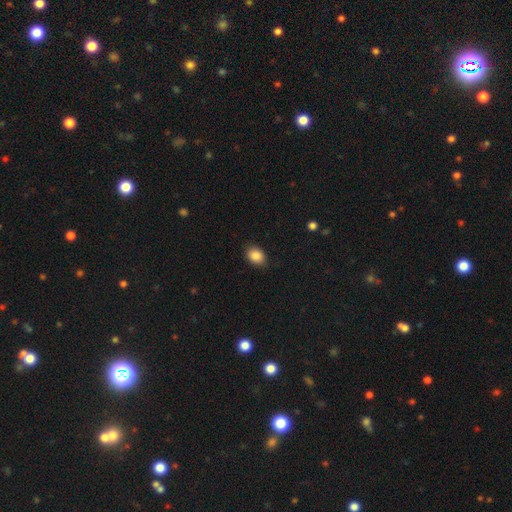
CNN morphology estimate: Smooth or featured: smooth — 88% (star or artifact — 8%)
How rounded: in between — 72% (round — 26%)
Merging: none — 85% (minor disturbance — 12%)